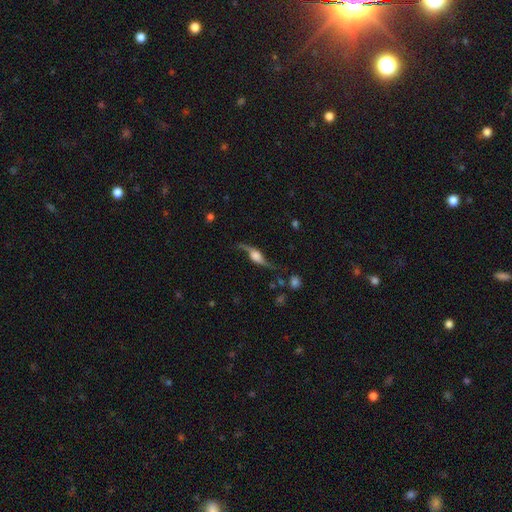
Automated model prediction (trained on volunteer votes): smooth-or-featured: featured or disk: 83% | smooth: 10% | star or artifact: 7%
  disk-edge-on: no: 54% | yes: 46%
  merging: none: 69% | minor disturbance: 18% | major disturbance: 10% | merger: 3%